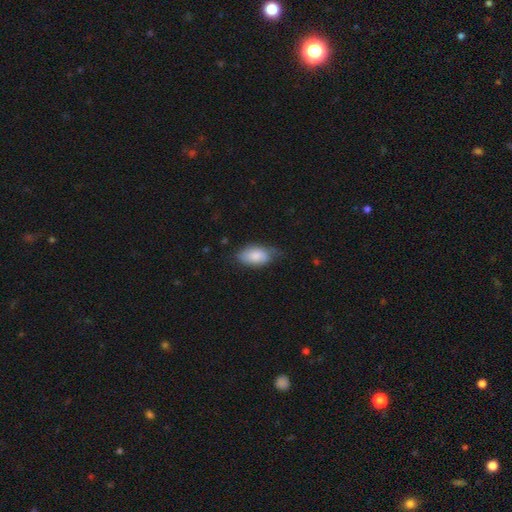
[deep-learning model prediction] smooth_or_featured: smooth (p=0.81) [alt: featured or disk p=0.13]
how_rounded: in between (p=0.93) [alt: round p=0.04]
merging: none (p=0.56) [alt: minor disturbance p=0.35]